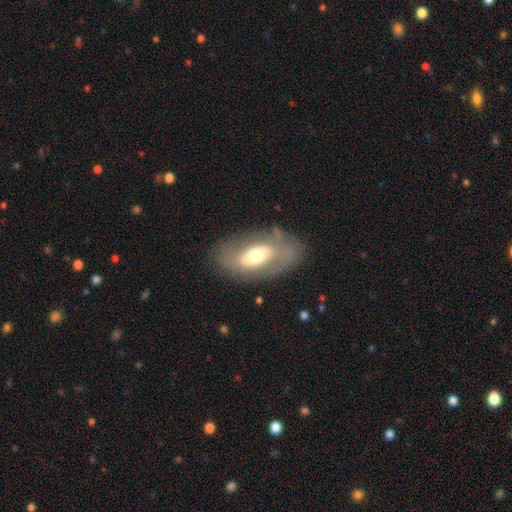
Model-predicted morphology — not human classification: featured or disk 54%, smooth 39%, star or artifact 7%. Down the decision tree: edge-on disk — no (88%); merging — none (69%).